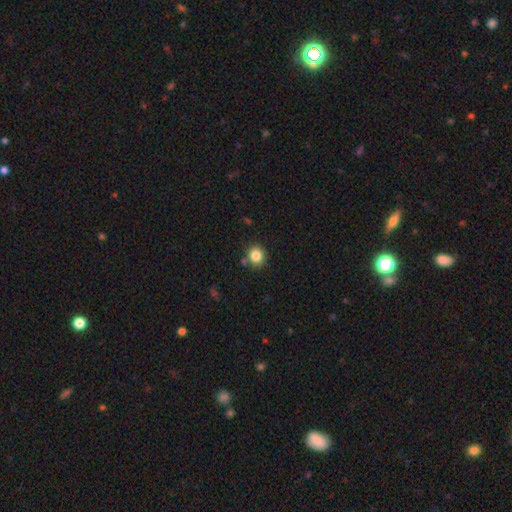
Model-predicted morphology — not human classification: Overall: smooth (84%). How rounded: round (82%). Merging: none (82%).